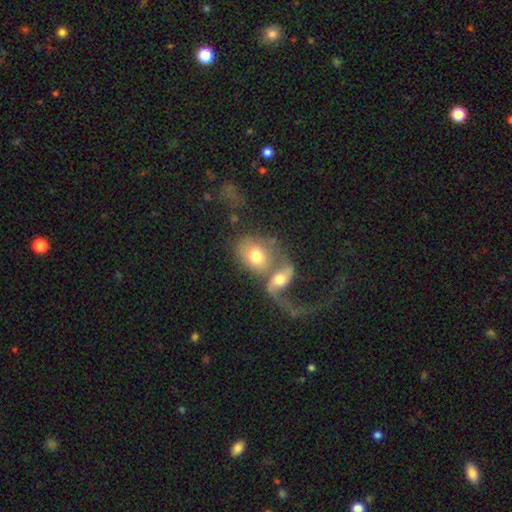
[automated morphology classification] smooth 55%, featured or disk 37%, star or artifact 8%. Down the decision tree: how rounded — in between (66%); merging — merger (64%).